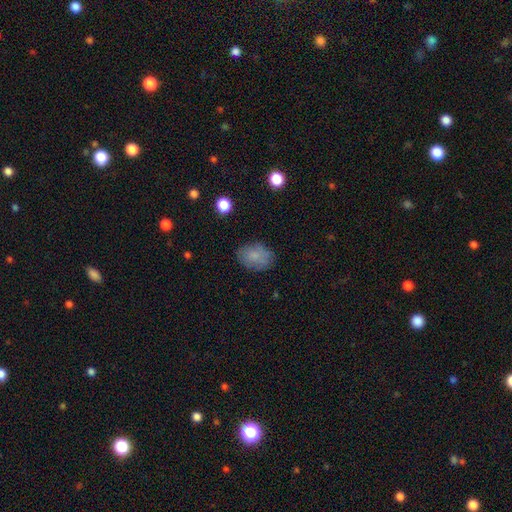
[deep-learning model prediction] Smooth or featured?
  - smooth: 77% *
  - featured or disk: 14%
  - star or artifact: 9%
How rounded?
  - in between: 71% *
  - round: 27%
  - cigar-shaped: 1%
Merging?
  - none: 75% *
  - minor disturbance: 18%
  - major disturbance: 5%
  - merger: 2%